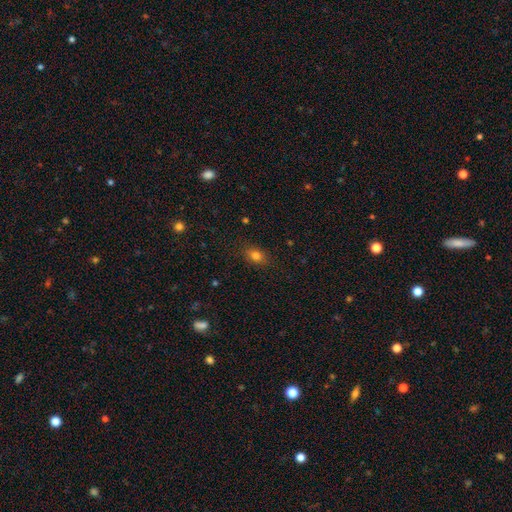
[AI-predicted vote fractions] This is likely a smooth galaxy (80%). How rounded: likely in between (71%). Merging: clearly none (86%).